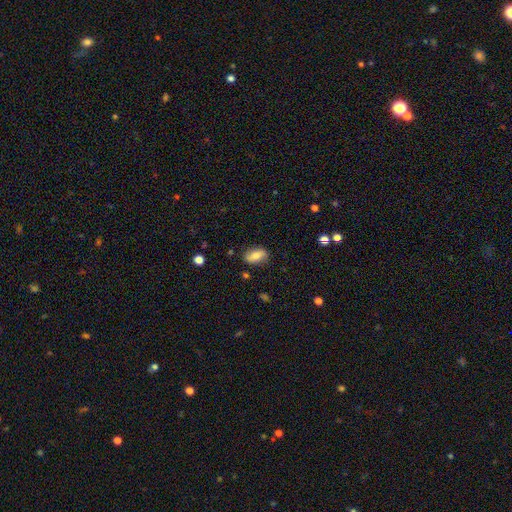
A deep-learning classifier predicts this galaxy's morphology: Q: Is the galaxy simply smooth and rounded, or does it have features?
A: smooth — 74%.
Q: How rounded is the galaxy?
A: in between — 88%.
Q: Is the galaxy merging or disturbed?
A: none — 81%.